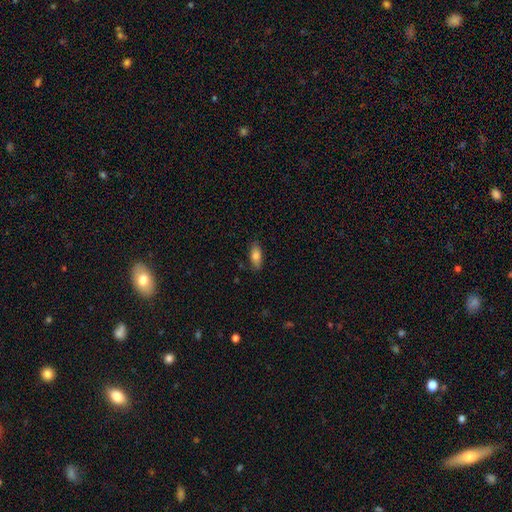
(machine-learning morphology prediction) smooth-or-featured: smooth: 80% | featured or disk: 13% | star or artifact: 7%
  how-rounded: in between: 80% | cigar-shaped: 17% | round: 2%
  merging: none: 83% | minor disturbance: 13% | major disturbance: 2% | merger: 1%